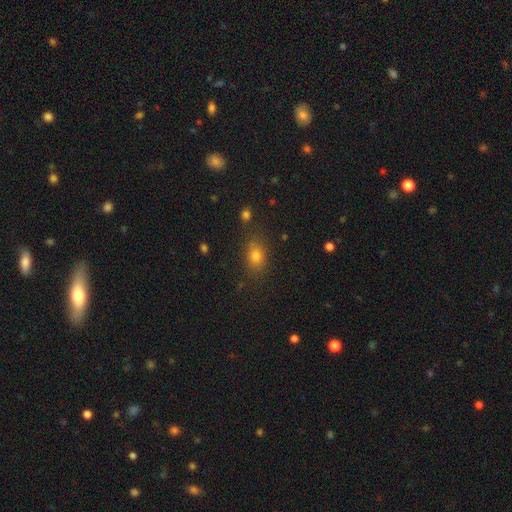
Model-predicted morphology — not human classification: The model was most divided on "how rounded": in between: 67%, round: 29%, cigar-shaped: 4%. More confident: merging — none (78%); smooth or featured — smooth (73%).